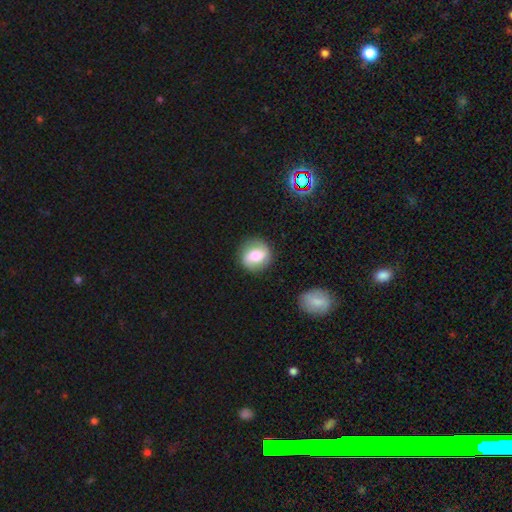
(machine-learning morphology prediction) Smooth or featured? smooth (52%)
How rounded? round (83%)
Merging? none (86%)